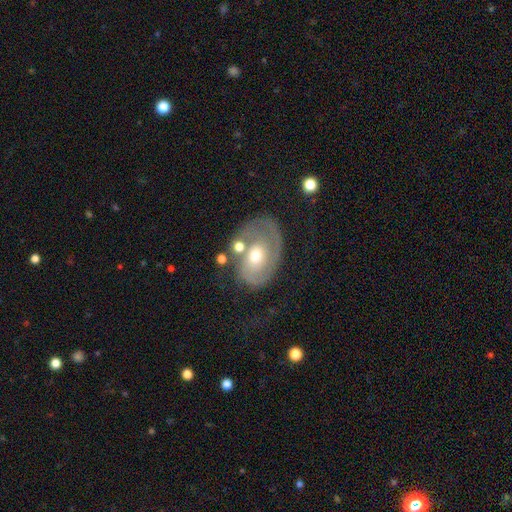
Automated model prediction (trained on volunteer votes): smooth-or-featured: featured or disk: 75% | smooth: 18% | star or artifact: 7%
  disk-edge-on: no: 96% | yes: 4%
    bar: no: 77% | weak: 19% | strong: 4%
    has-spiral-arms: yes: 82% | no: 18%
      spiral-winding: tight: 60% | medium: 28% | loose: 12%
      spiral-arm-count: 1: 40% | 2: 33% | can't tell: 20% | 3: 4% | 4: 2% | more than 4: 2%
    bulge-size: moderate: 63% | small: 29% | large: 5% | none: 1% | dominant: 1%
  merging: none: 52% | minor disturbance: 20% | major disturbance: 18% | merger: 10%